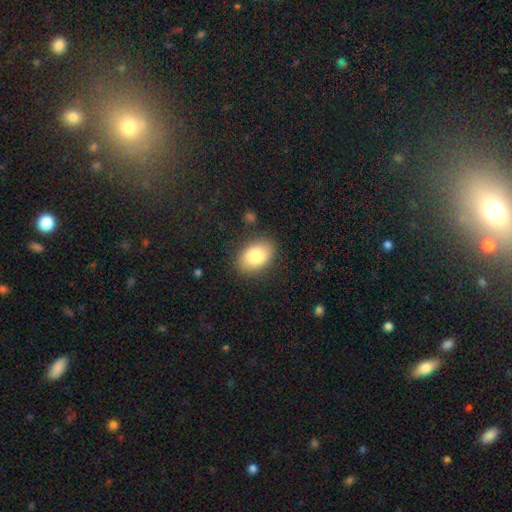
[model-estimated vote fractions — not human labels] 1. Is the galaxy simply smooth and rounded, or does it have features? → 83% smooth, 10% featured or disk, 7% star or artifact.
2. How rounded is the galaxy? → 84% in between, 15% round, 1% cigar-shaped.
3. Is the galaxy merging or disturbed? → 83% none, 12% minor disturbance, 4% major disturbance, 2% merger.